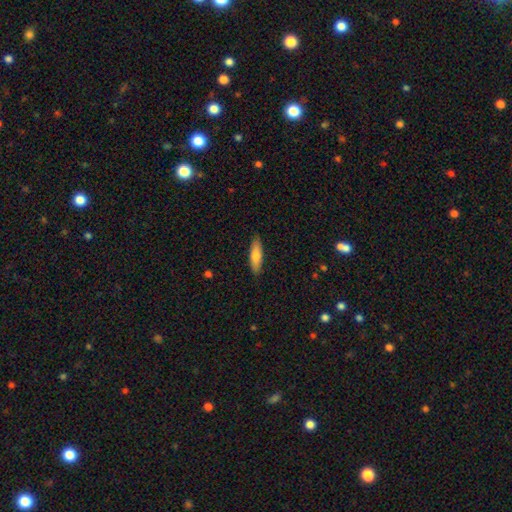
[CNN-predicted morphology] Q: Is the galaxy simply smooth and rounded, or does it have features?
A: smooth — 77%.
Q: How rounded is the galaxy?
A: cigar-shaped — 59%.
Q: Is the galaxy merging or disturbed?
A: none — 87%.